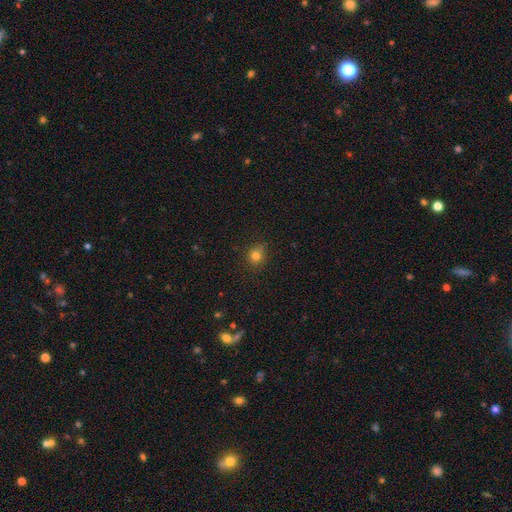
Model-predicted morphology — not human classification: type=smooth (79%); roundness=round (79%); merging=none (85%).